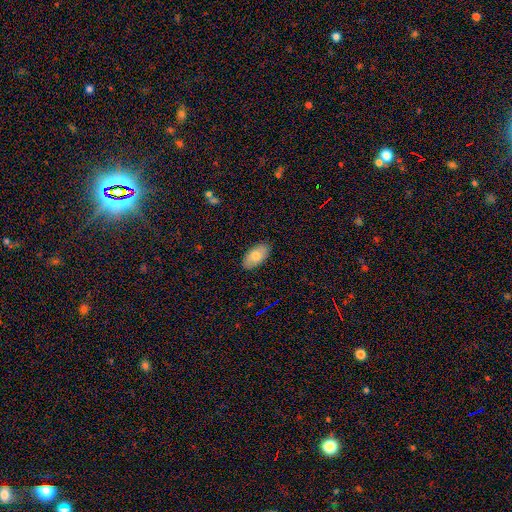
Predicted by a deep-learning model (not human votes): Overall: smooth (76%). How rounded: in between (94%). Merging: none (88%).